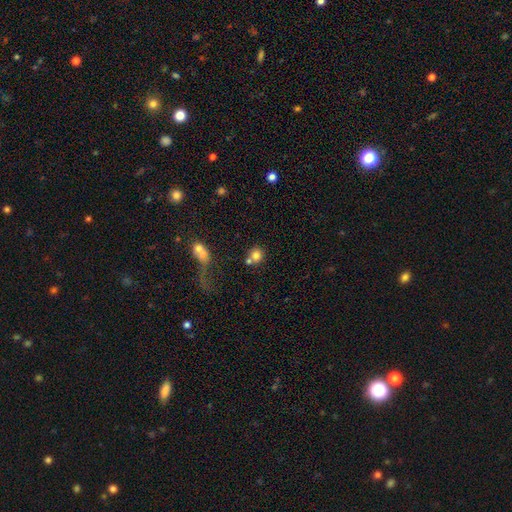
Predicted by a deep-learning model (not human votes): Smooth or featured? smooth (77%)
How rounded? round (84%)
Merging? none (52%)